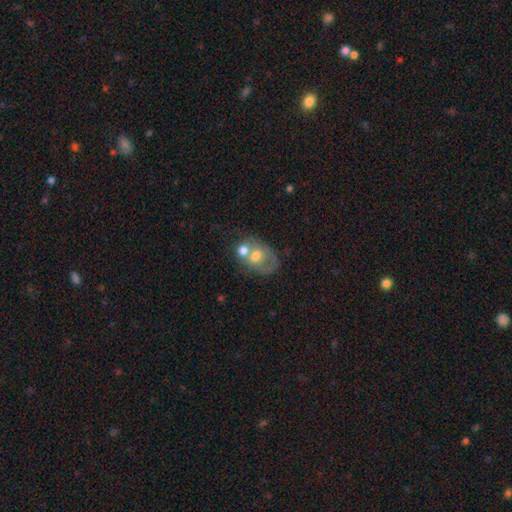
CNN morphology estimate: type=featured or disk (49%); merging=merger (45%).